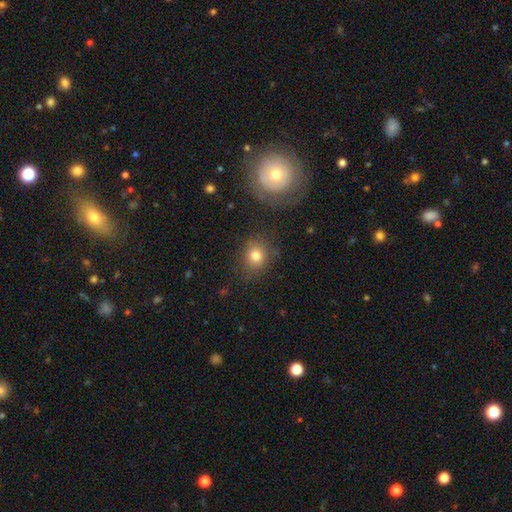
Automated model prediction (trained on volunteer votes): This appears to be a smooth galaxy with no disk features (78%) that is round (71%). Merging: none (79%).